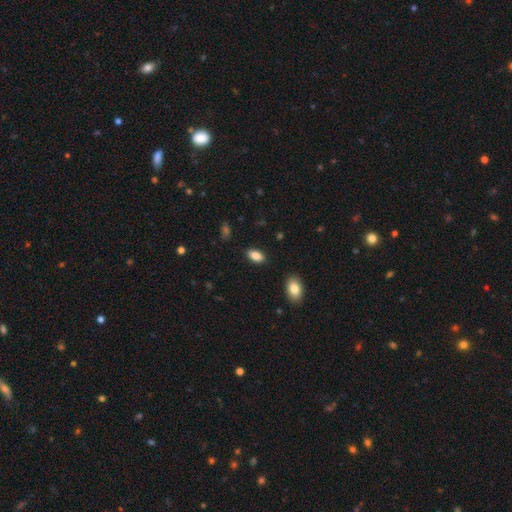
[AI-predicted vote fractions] Smooth or featured? Predicted: smooth (p=0.85). How rounded? Predicted: in between (p=0.91). Merging? Predicted: none (p=0.88).